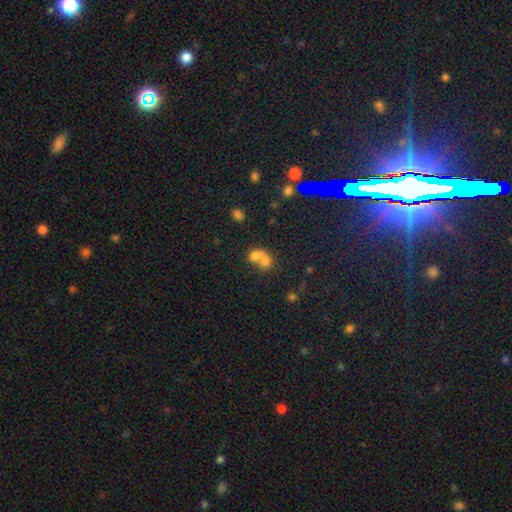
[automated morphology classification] smooth_or_featured: smooth (p=0.66) [alt: featured or disk p=0.20]
how_rounded: round (p=0.60) [alt: in between p=0.39]
merging: merger (p=0.73) [alt: none p=0.18]